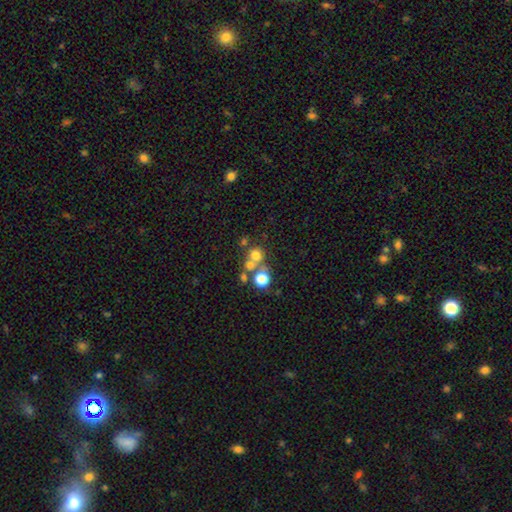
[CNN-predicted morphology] type=smooth (65%); roundness=round (89%); merging=none (50%).